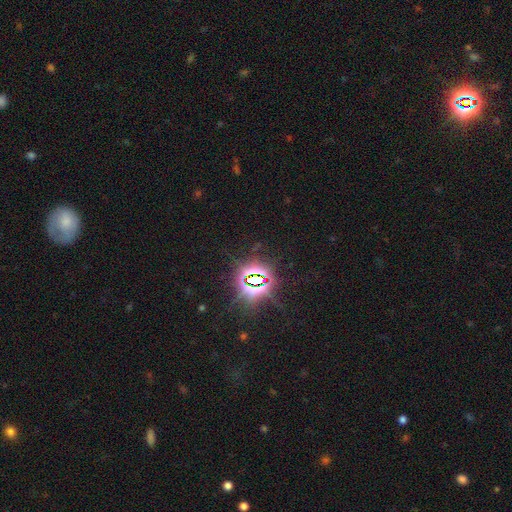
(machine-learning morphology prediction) type=star or artifact (83%).